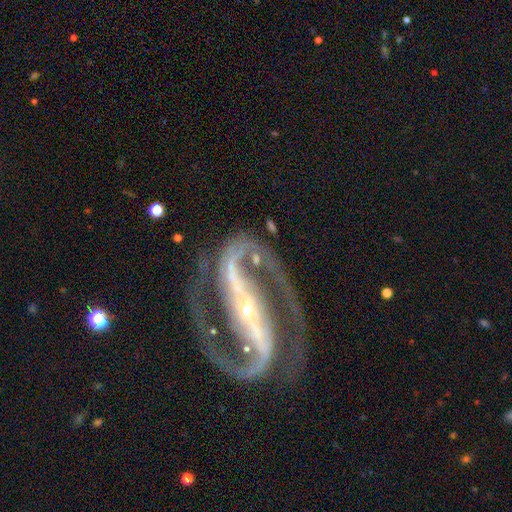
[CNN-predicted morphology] Smooth or featured? Predicted: featured or disk (p=0.93). Edge-on disk? Predicted: no (p=0.97). Bar? Predicted: strong (p=0.80). Spiral arms? Predicted: yes (p=0.97). Spiral winding? Predicted: medium (p=0.61). Spiral arm count? Predicted: 2 (p=0.94). Bulge size? Predicted: small (p=0.80). Merging? Predicted: none (p=0.74).